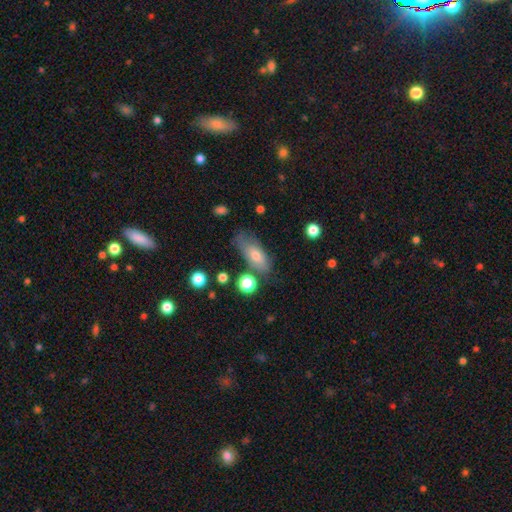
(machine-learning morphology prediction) This appears to be a smooth galaxy with no disk features (68%) that is in between round and cigar-shaped (77%). Merging: none (63%).